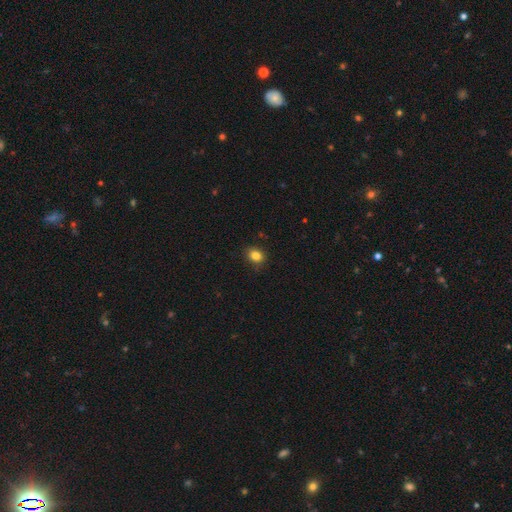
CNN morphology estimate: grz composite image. It shows a smooth galaxy with no disk features (84%) that is round (62%). Merging: none (85%).